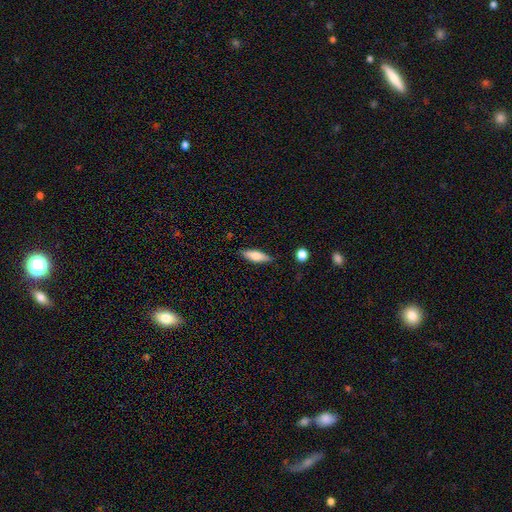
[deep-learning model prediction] Smooth or featured?
  - smooth: 65% *
  - featured or disk: 28%
  - star or artifact: 7%
How rounded?
  - in between: 51% *
  - cigar-shaped: 47%
  - round: 3%
Merging?
  - none: 83% *
  - minor disturbance: 12%
  - major disturbance: 3%
  - merger: 2%